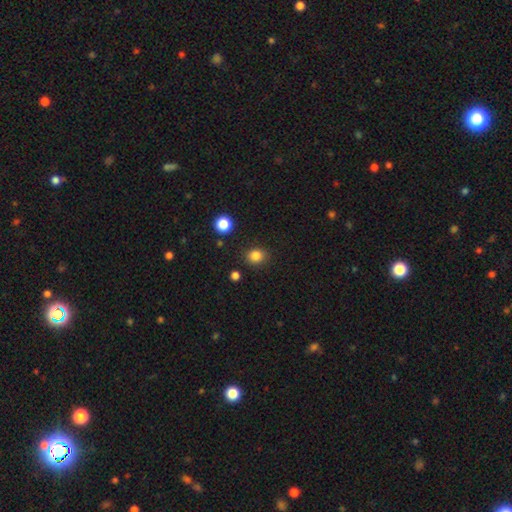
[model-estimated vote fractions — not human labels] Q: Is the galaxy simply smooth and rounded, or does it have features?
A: smooth — 84%.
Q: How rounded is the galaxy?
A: round — 72%.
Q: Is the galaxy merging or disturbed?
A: none — 87%.